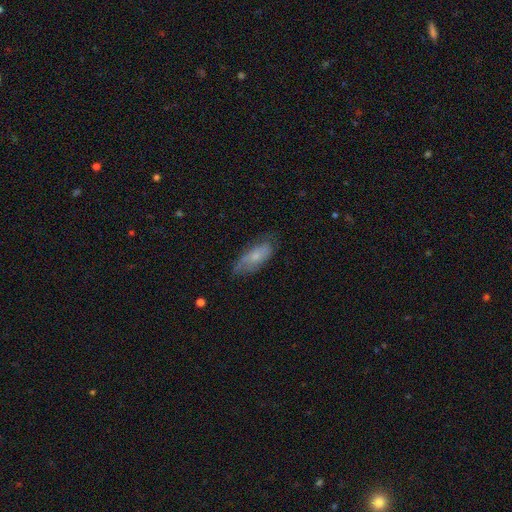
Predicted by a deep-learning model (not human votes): Morphology: type=smooth (58%); roundness=in between (76%); merging=none (60%).